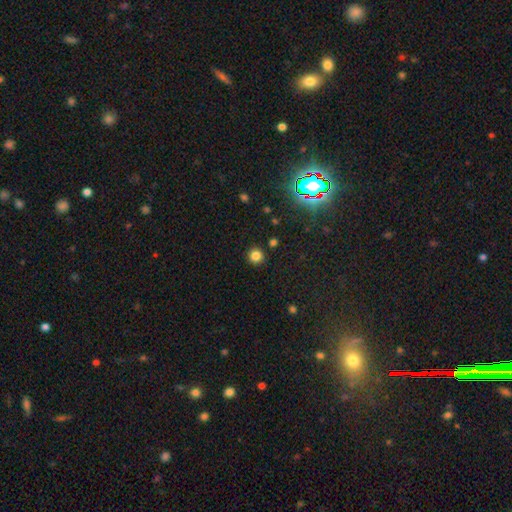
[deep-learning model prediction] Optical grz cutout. It shows a smooth galaxy with no disk features (81%) that is round (94%). Merging: none (91%).